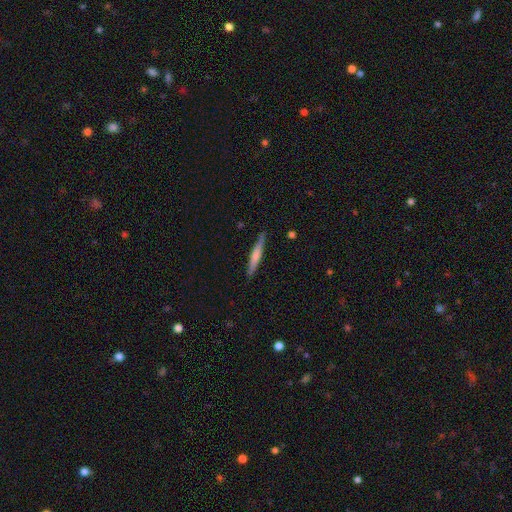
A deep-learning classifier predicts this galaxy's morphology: Smooth or featured? smooth (54%)
How rounded? cigar-shaped (94%)
Merging? none (88%)